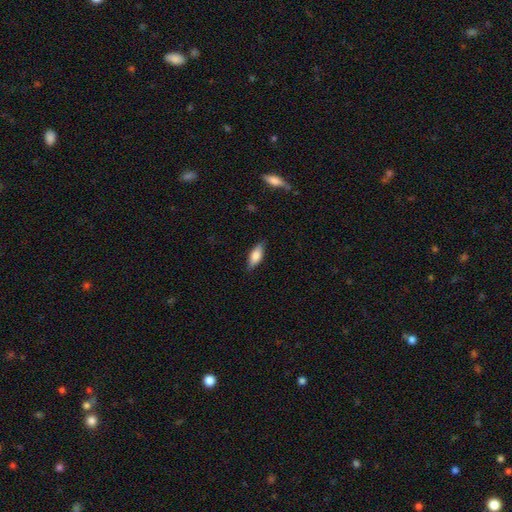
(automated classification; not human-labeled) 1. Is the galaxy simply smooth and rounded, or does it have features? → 71% smooth, 23% featured or disk, 7% star or artifact.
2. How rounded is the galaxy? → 71% in between, 26% cigar-shaped, 3% round.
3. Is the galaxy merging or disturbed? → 82% none, 14% minor disturbance, 3% major disturbance, 1% merger.